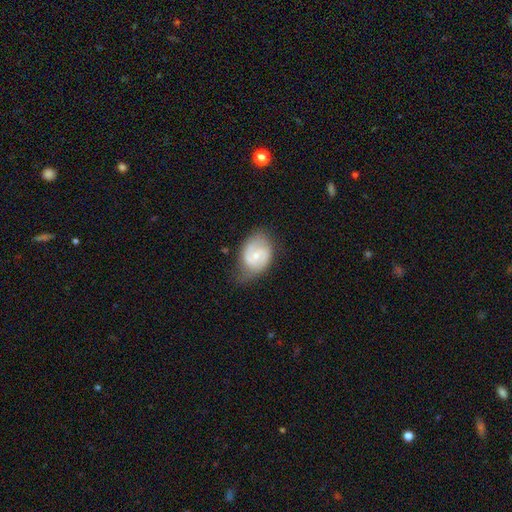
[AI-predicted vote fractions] Smooth or featured?
  - featured or disk: 65% *
  - smooth: 29%
  - star or artifact: 6%
Edge-on disk?
  - no: 97% *
  - yes: 3%
Bar?
  - no: 47% *
  - weak: 45%
  - strong: 8%
Spiral arms?
  - yes: 87% *
  - no: 13%
Spiral winding?
  - medium: 48% *
  - tight: 30%
  - loose: 21%
Spiral arm count?
  - 2: 77% *
  - can't tell: 12%
  - 1: 7%
  - 3: 2%
  - 4: 1%
  - more than 4: 1%
Bulge size?
  - small: 55% *
  - moderate: 40%
  - none: 2%
  - large: 2%
  - dominant: 1%
Merging?
  - none: 54% *
  - minor disturbance: 32%
  - major disturbance: 12%
  - merger: 2%